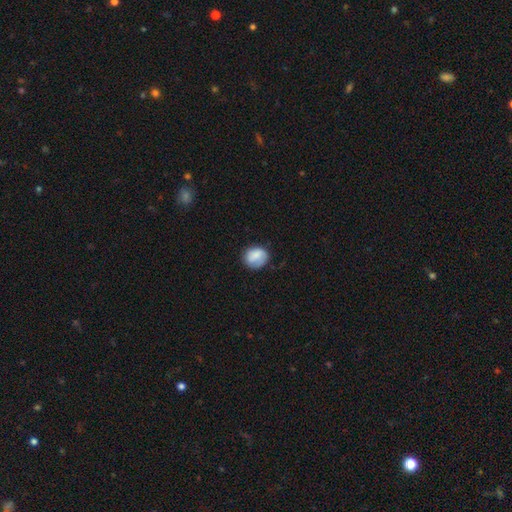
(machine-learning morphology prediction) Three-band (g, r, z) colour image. It shows a smooth galaxy with no disk features (80%) that is round (67%). Merging: none (71%).